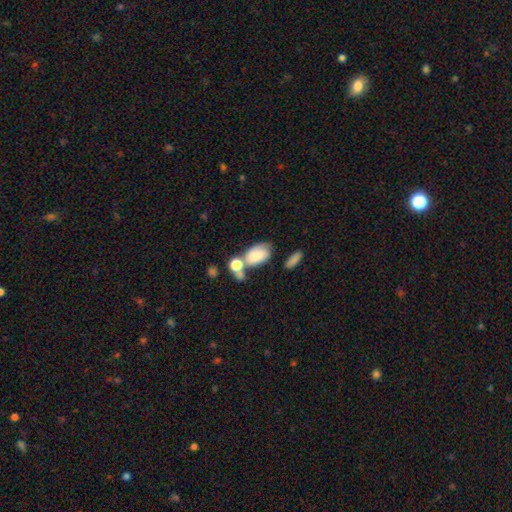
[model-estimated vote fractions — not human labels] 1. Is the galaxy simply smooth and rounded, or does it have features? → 74% smooth, 17% featured or disk, 9% star or artifact.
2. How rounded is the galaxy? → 88% in between, 9% round, 2% cigar-shaped.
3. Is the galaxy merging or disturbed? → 36% merger, 34% none, 19% minor disturbance, 11% major disturbance.